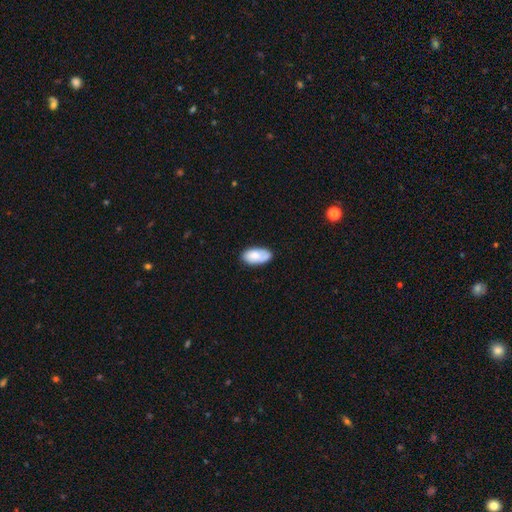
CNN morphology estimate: This appears to be a smooth galaxy with no disk features (76%) that is in between round and cigar-shaped (95%). Merging: none (73%).